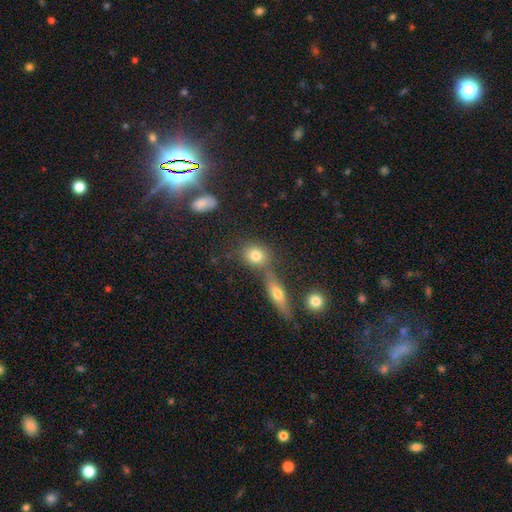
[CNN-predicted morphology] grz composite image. It shows a smooth galaxy with no disk features (78%) that is round (59%). Merging: none (58%).